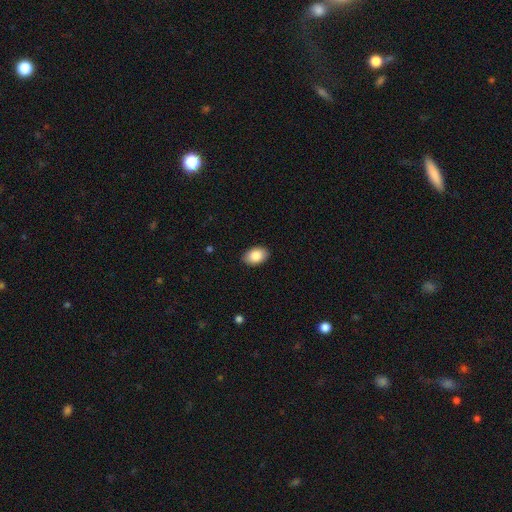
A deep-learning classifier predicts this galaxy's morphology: smooth 87%, star or artifact 7%, featured or disk 6%. Down the decision tree: how rounded — in between (89%); merging — none (89%).